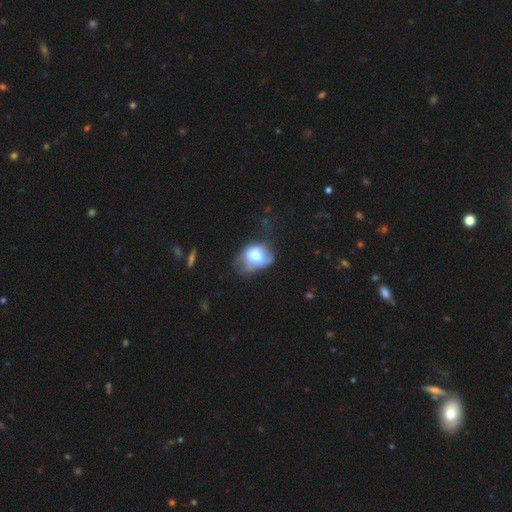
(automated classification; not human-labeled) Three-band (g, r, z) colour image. It shows a smooth galaxy with no disk features (60%) that is in between round and cigar-shaped (61%). Merging: minor disturbance (34%).